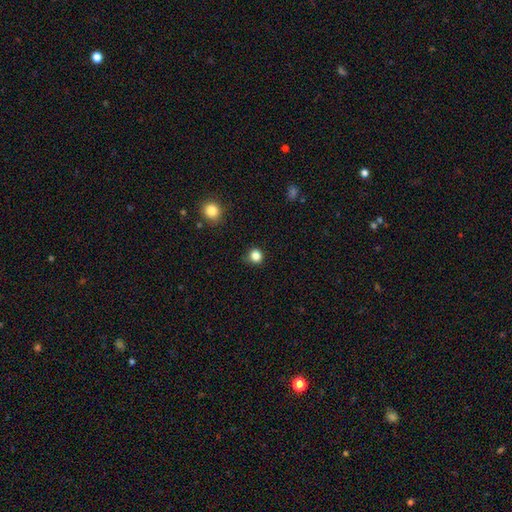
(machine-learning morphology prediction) smooth 84%, star or artifact 13%, featured or disk 3%. Down the decision tree: how rounded — round (90%); merging — none (84%).